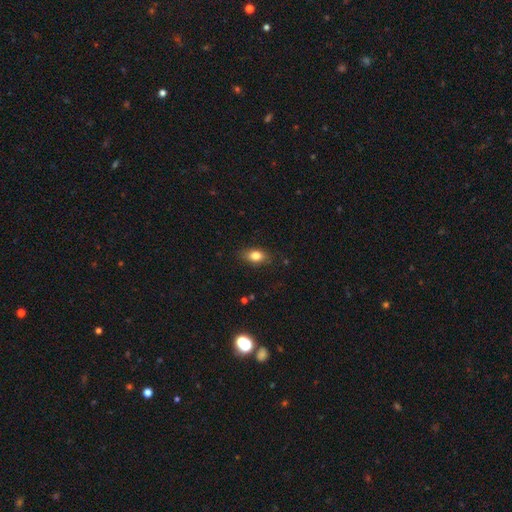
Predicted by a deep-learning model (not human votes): The model was most divided on "how rounded": in between: 81%, round: 14%, cigar-shaped: 4%. More confident: merging — none (82%); smooth or featured — smooth (82%).